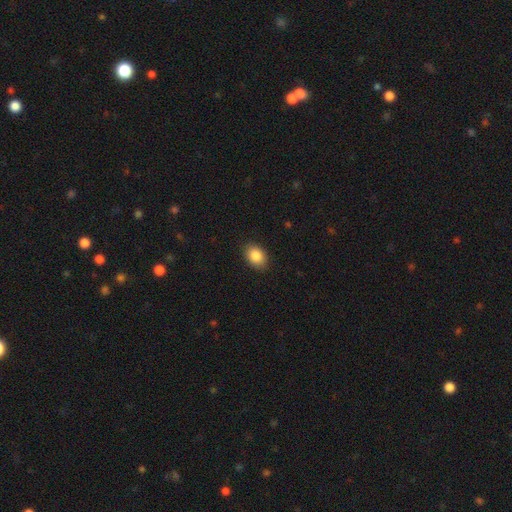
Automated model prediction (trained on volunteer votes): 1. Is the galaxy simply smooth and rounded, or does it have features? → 87% smooth, 8% star or artifact, 5% featured or disk.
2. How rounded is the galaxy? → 74% in between, 25% round, 1% cigar-shaped.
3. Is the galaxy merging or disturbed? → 88% none, 9% minor disturbance, 2% major disturbance, 1% merger.